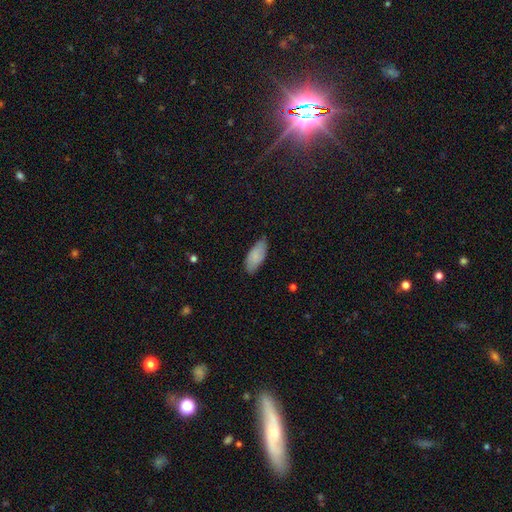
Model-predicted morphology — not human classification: Smooth or featured? Predicted: smooth (p=0.81). How rounded? Predicted: in between (p=0.88). Merging? Predicted: none (p=0.78).